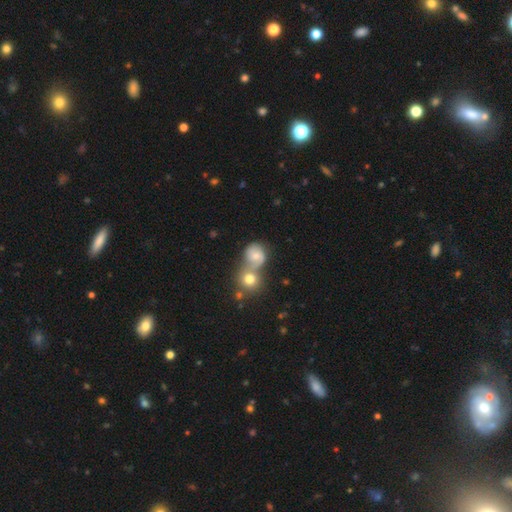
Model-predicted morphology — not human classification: smooth_or_featured: smooth (p=0.57) [alt: featured or disk p=0.31]
how_rounded: round (p=0.74) [alt: in between p=0.25]
merging: merger (p=0.51) [alt: none p=0.32]